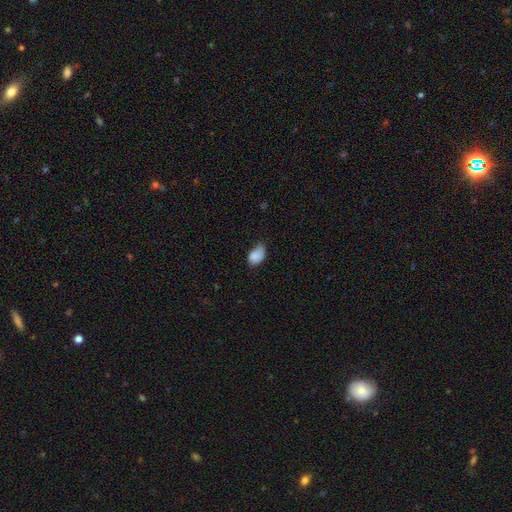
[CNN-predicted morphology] Smooth or featured? Predicted: smooth (p=0.82). How rounded? Predicted: in between (p=0.86). Merging? Predicted: minor disturbance (p=0.45).